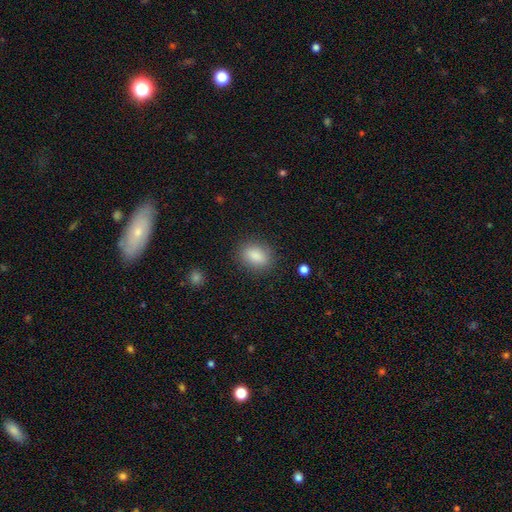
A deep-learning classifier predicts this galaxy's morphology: smooth 87%, star or artifact 8%, featured or disk 5%. Down the decision tree: how rounded — in between (67%); merging — none (85%).